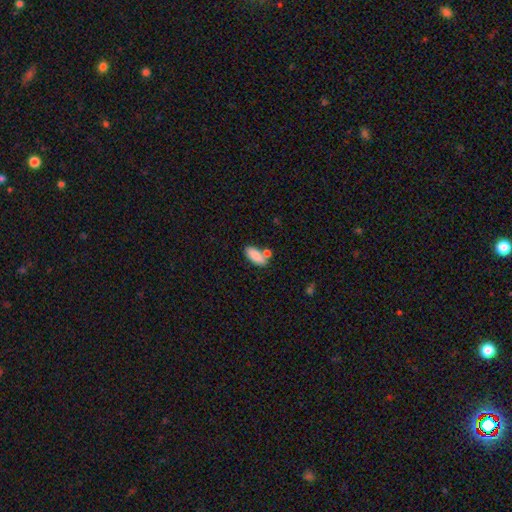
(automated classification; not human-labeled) Overall: smooth (86%). How rounded: in between (83%). Merging: none (61%; merger 22%).